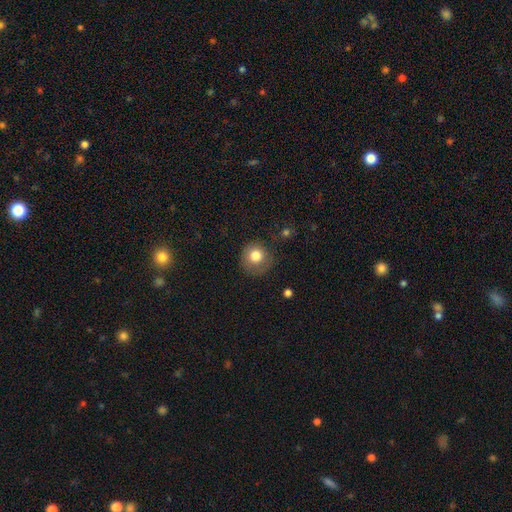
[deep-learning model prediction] Overall: smooth (79%). How rounded: round (91%). Merging: none (74%).